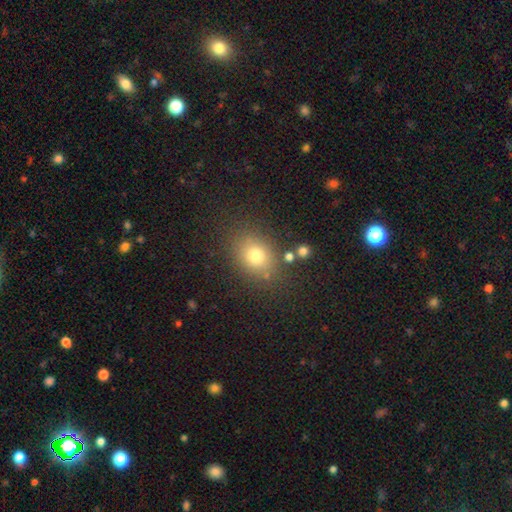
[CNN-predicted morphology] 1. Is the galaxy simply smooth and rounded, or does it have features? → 77% smooth, 13% star or artifact, 10% featured or disk.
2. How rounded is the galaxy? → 53% in between, 46% round, 1% cigar-shaped.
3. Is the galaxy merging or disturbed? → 79% none, 12% minor disturbance, 5% merger, 5% major disturbance.